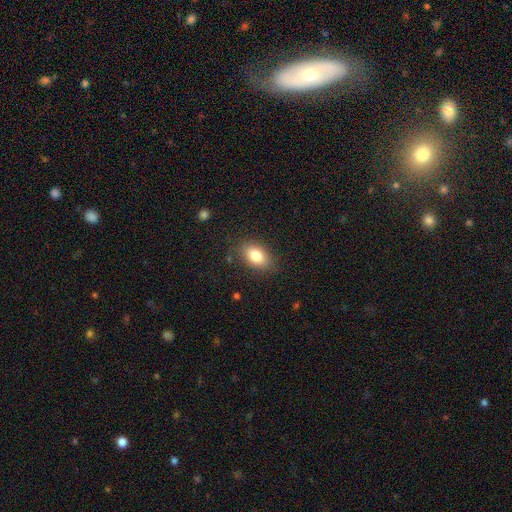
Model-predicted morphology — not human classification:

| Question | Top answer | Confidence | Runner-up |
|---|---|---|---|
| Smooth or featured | smooth | 82% | featured or disk (10%) |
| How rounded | in between | 87% | round (11%) |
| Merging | none | 83% | minor disturbance (12%) |